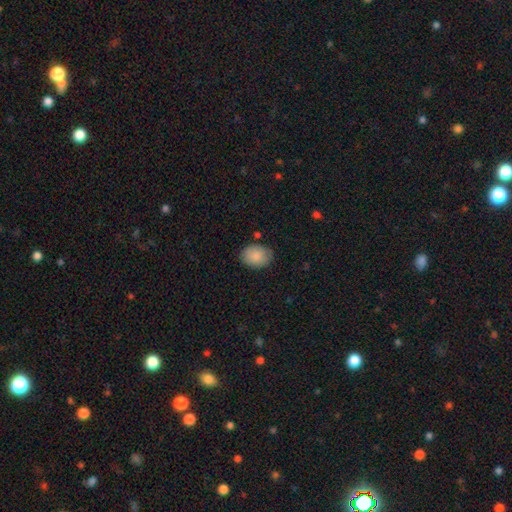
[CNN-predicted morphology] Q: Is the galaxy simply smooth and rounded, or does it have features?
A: smooth — 87%.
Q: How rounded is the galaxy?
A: in between — 68%.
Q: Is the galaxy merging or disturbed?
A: none — 82%.